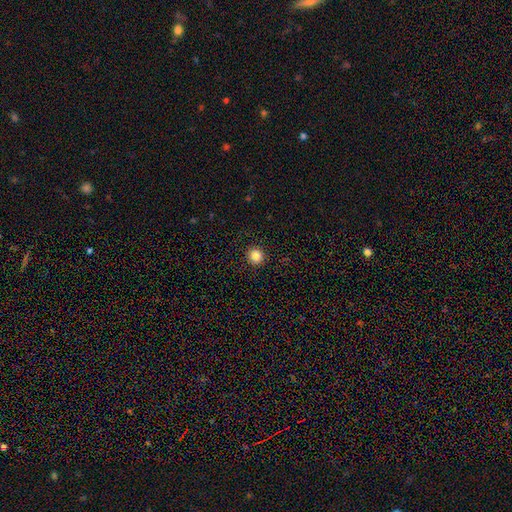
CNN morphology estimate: A smooth galaxy with no disk features (85%) that is round (94%).

Vote fractions:
- Smooth or featured? smooth: 85% / star or artifact: 11% / featured or disk: 4%
- How rounded? round: 94% / in between: 5% / cigar-shaped: 1%
- Merging? none: 93% / minor disturbance: 5% / major disturbance: 2% / merger: 1%